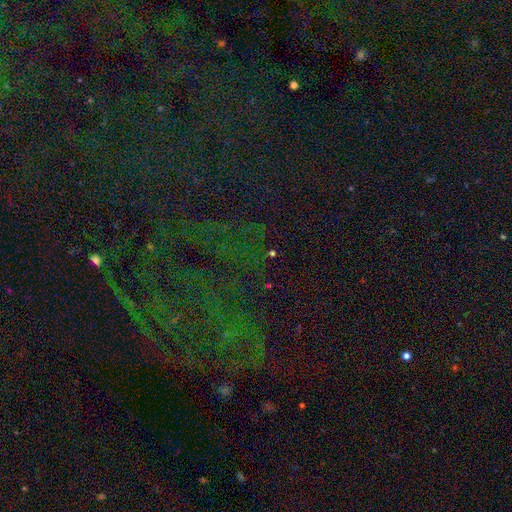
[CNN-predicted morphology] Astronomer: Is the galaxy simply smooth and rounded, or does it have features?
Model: star or artifact — 82%.